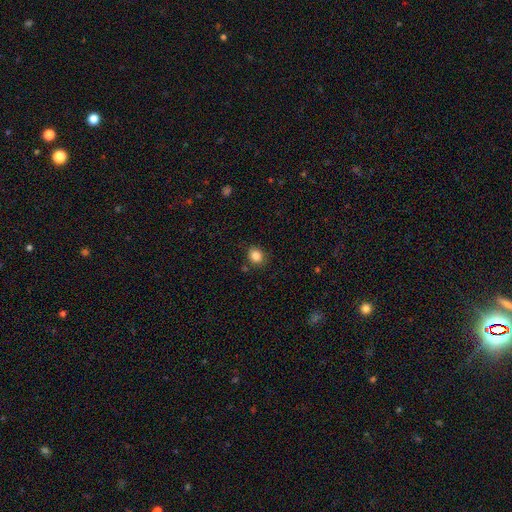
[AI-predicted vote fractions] smooth-or-featured: smooth: 86% | star or artifact: 10% | featured or disk: 4%
  how-rounded: round: 60% | in between: 39% | cigar-shaped: 1%
  merging: none: 82% | minor disturbance: 12% | major disturbance: 3% | merger: 3%